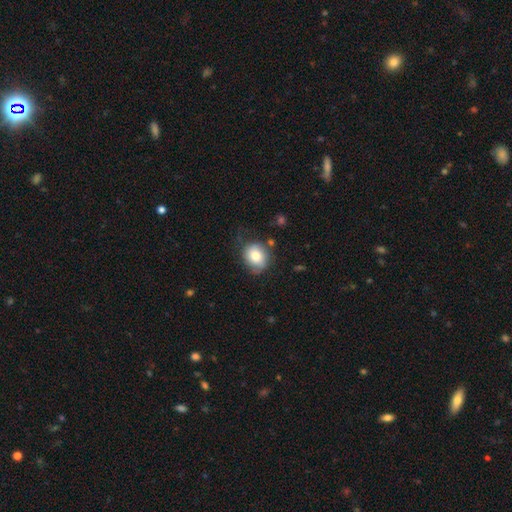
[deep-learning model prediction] Morphology: type=smooth (76%); roundness=round (68%); merging=none (69%).